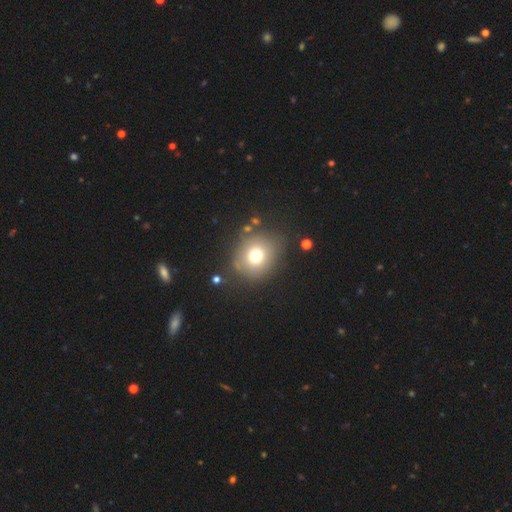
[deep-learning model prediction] Smooth or featured? smooth (70%)
How rounded? round (82%)
Merging? none (77%)